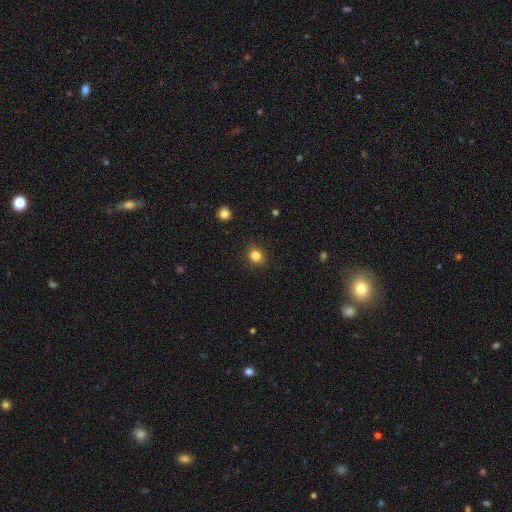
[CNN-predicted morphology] smooth-or-featured: smooth: 84% | star or artifact: 12% | featured or disk: 5%
  how-rounded: round: 66% | in between: 33% | cigar-shaped: 1%
  merging: none: 86% | minor disturbance: 10% | major disturbance: 3% | merger: 1%